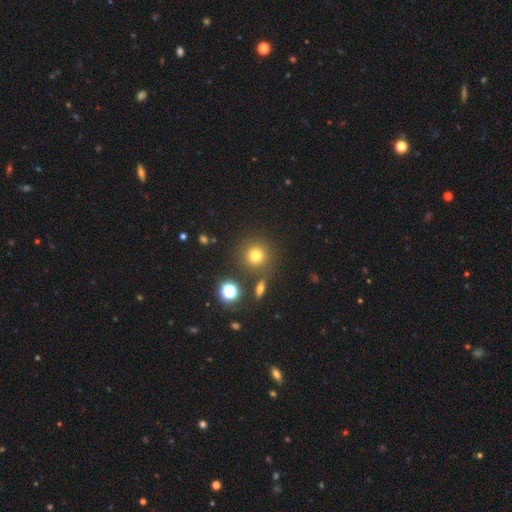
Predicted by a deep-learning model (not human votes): Morphology: type=smooth (74%); roundness=round (93%); merging=none (83%).